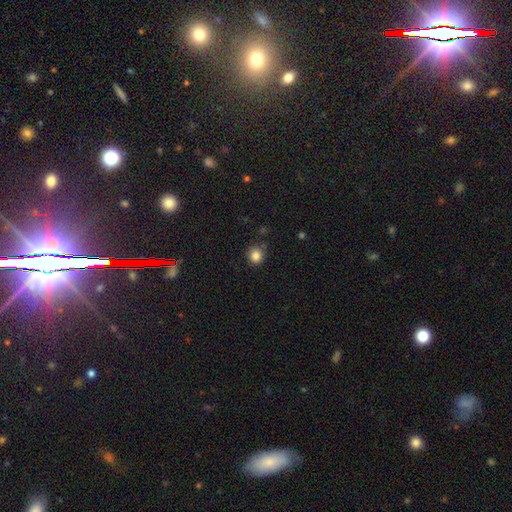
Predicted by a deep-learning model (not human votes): Q: Smooth or featured?
A: smooth (84%); runner-up: star or artifact (11%)
Q: How rounded?
A: round (88%); runner-up: in between (11%)
Q: Merging?
A: none (81%); runner-up: minor disturbance (13%)